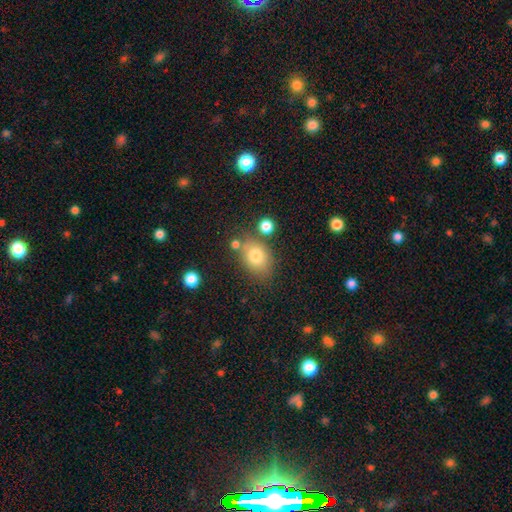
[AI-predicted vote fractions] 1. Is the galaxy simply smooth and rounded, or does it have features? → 78% smooth, 11% featured or disk, 10% star or artifact.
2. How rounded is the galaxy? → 67% in between, 31% round, 1% cigar-shaped.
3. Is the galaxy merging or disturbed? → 68% none, 17% minor disturbance, 10% merger, 5% major disturbance.